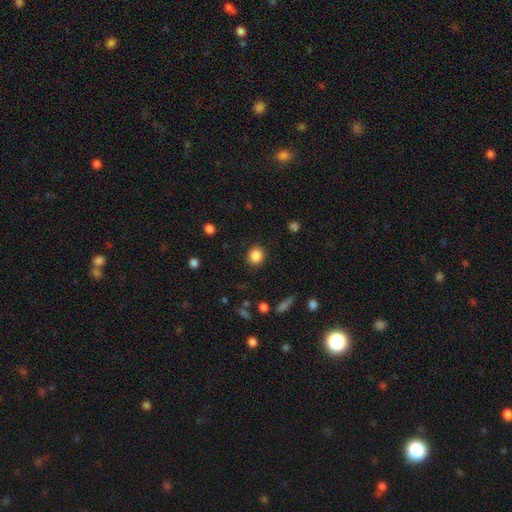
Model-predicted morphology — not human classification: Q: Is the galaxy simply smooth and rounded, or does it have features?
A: smooth — 86%.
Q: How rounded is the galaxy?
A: round — 86%.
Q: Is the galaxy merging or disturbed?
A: none — 90%.